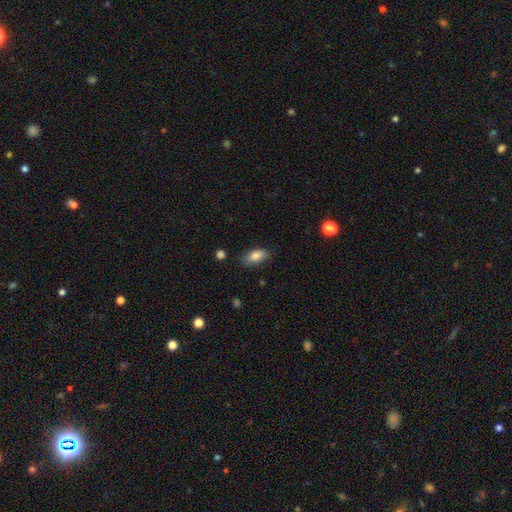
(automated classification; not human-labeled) smooth 85%, star or artifact 7%, featured or disk 7%. Down the decision tree: how rounded — in between (89%); merging — none (80%).